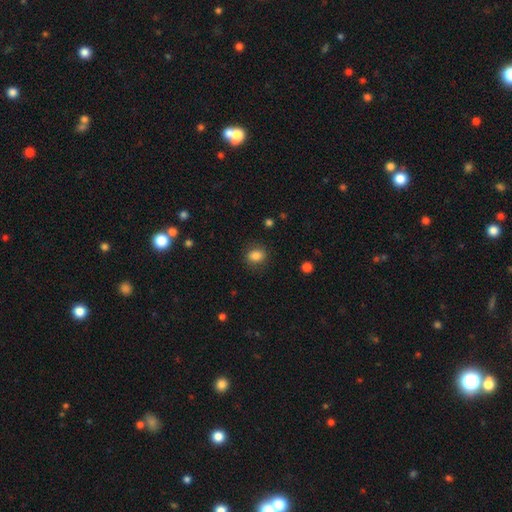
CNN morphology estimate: The model was most divided on "how rounded": in between: 52%, round: 47%, cigar-shaped: 1%. More confident: smooth or featured — smooth (85%); merging — none (84%).